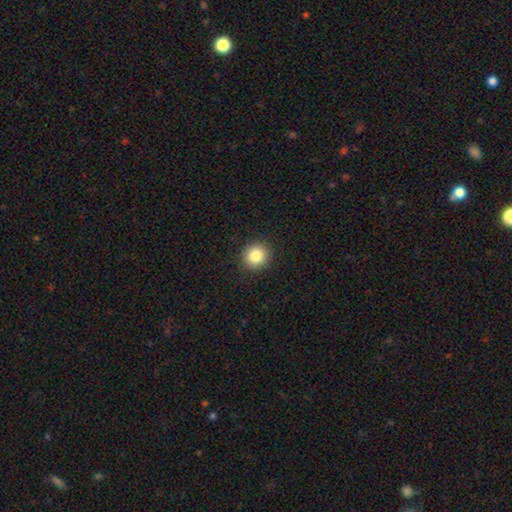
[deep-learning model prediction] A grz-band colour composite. It shows a smooth galaxy with no disk features (84%) that is round (88%). Merging: none (91%).